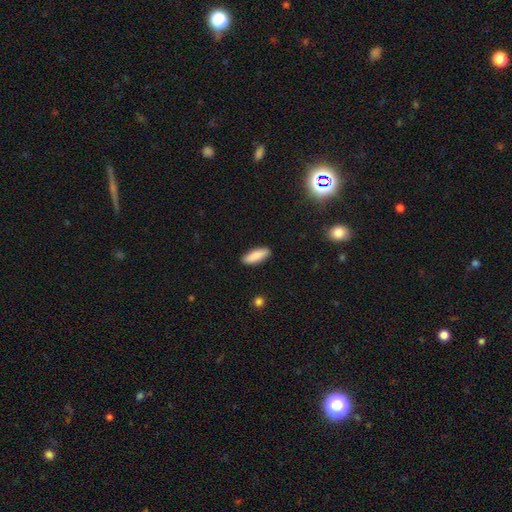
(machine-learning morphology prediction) type=smooth (86%); roundness=in between (63%); merging=none (89%).